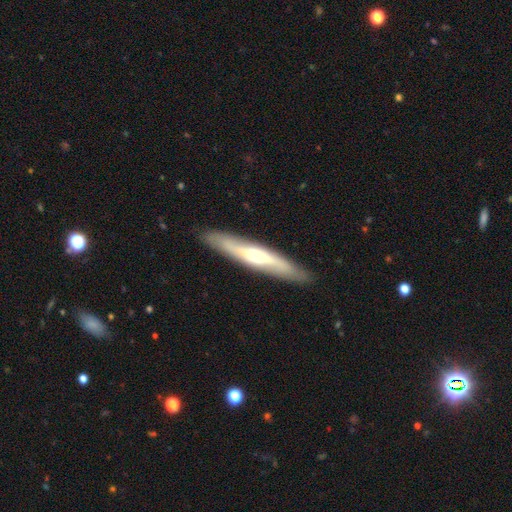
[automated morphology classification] Smooth or featured?
  - featured or disk: 62% *
  - smooth: 33%
  - star or artifact: 5%
Edge-on disk?
  - yes: 72% *
  - no: 28%
Merging?
  - none: 89% *
  - minor disturbance: 8%
  - major disturbance: 2%
  - merger: 1%